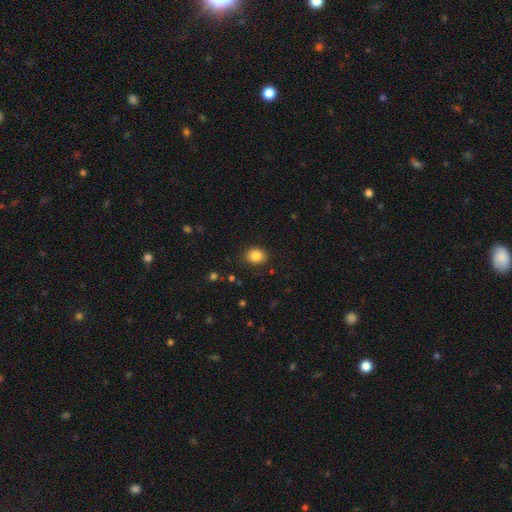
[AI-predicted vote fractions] A smooth galaxy with no disk features (85%) that is round (53%).

Vote fractions:
- Smooth or featured? smooth: 85% / star or artifact: 9% / featured or disk: 5%
- How rounded? round: 53% / in between: 46% / cigar-shaped: 1%
- Merging? none: 87% / minor disturbance: 9% / major disturbance: 2% / merger: 1%